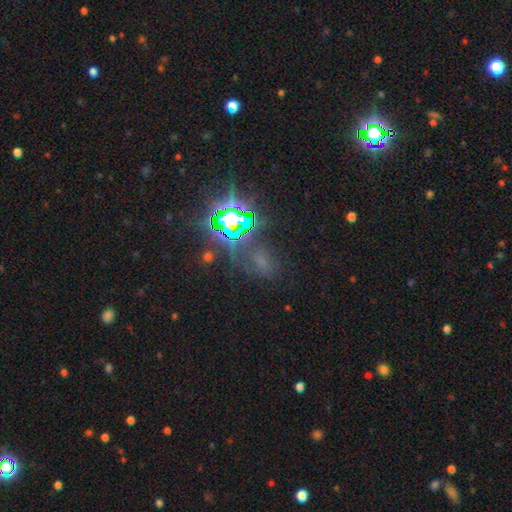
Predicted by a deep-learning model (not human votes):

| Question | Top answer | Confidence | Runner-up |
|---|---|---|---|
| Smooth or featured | star or artifact | 80% | smooth (12%) |